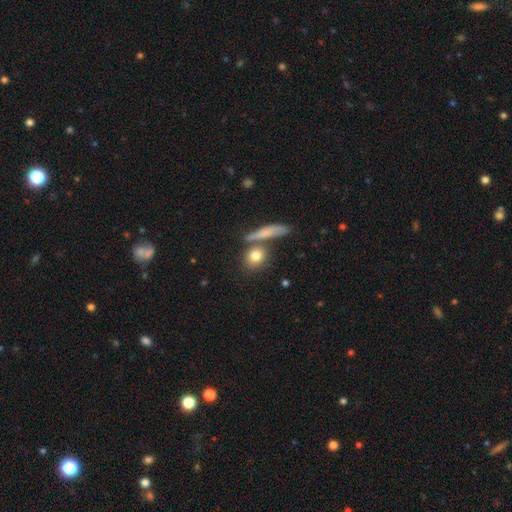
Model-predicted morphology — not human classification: Overall: smooth (79%). How rounded: round (65%; in between 25%). Merging: none (64%).